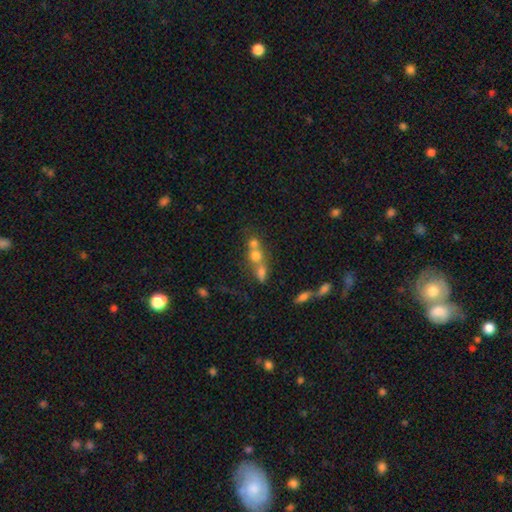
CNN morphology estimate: Overall: smooth (61%; featured or disk 23%). How rounded: round (73%). Merging: merger (62%; none 27%).